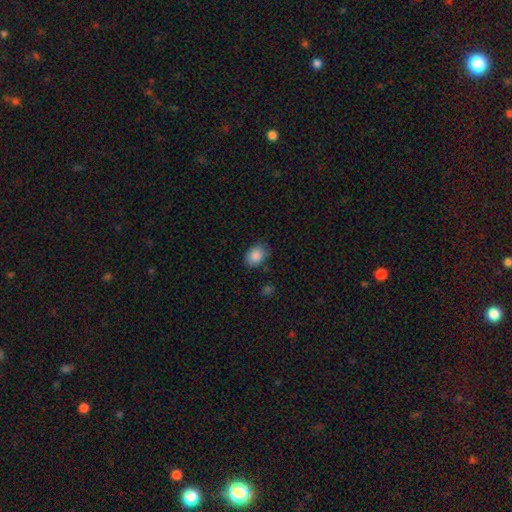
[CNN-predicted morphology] smooth_or_featured: smooth (p=0.88) [alt: star or artifact p=0.08]
how_rounded: in between (p=0.67) [alt: round p=0.33]
merging: none (p=0.79) [alt: minor disturbance p=0.16]